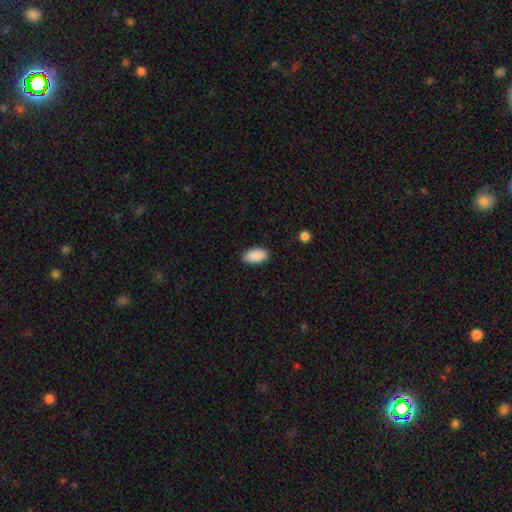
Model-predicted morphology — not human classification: A smooth galaxy with no disk features (91%) that is in between round and cigar-shaped (94%).

Vote fractions:
- Smooth or featured? smooth: 91% / star or artifact: 6% / featured or disk: 3%
- How rounded? in between: 94% / cigar-shaped: 3% / round: 3%
- Merging? none: 88% / minor disturbance: 8% / major disturbance: 2% / merger: 1%